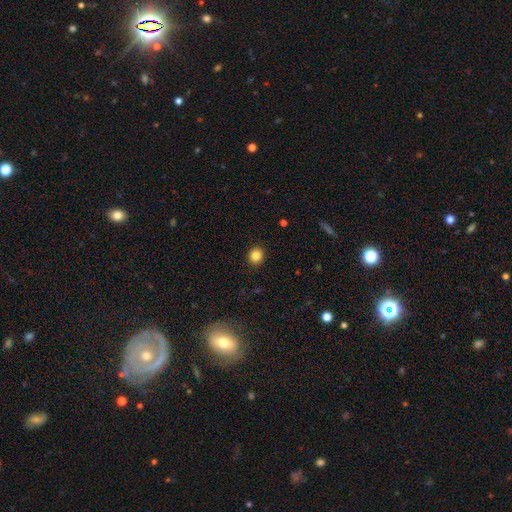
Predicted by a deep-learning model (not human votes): smooth 84%, star or artifact 11%, featured or disk 5%. Down the decision tree: how rounded — round (80%); merging — none (91%).